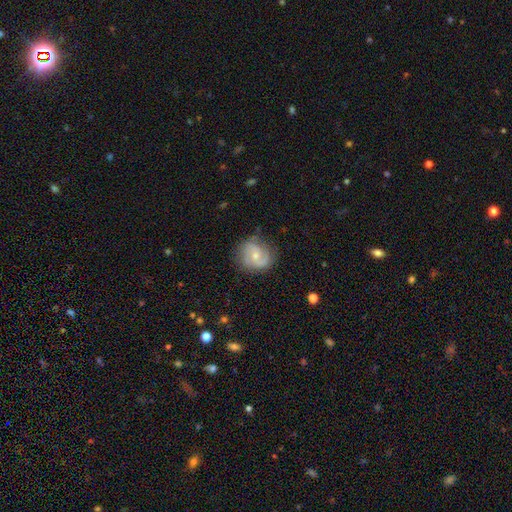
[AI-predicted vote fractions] This appears to be a featured or disk galaxy (72%) with no bar (54%), 2 (77%) medium (46%) spiral arms (92%) and a small central bulge (55%). Merging: none (74%).